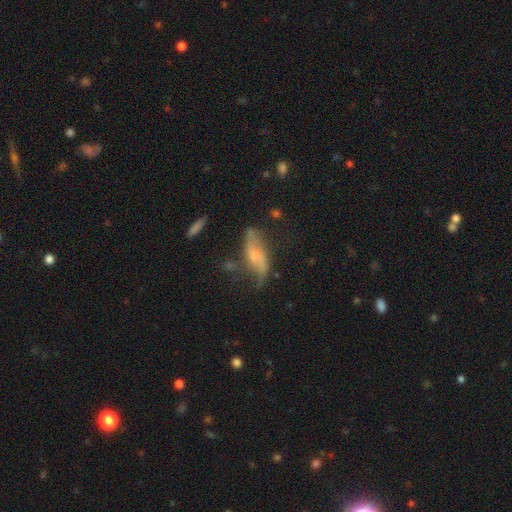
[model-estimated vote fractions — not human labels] featured or disk 60%, smooth 32%, star or artifact 9%. Down the decision tree: edge-on disk — no (73%); merging — none (50%).